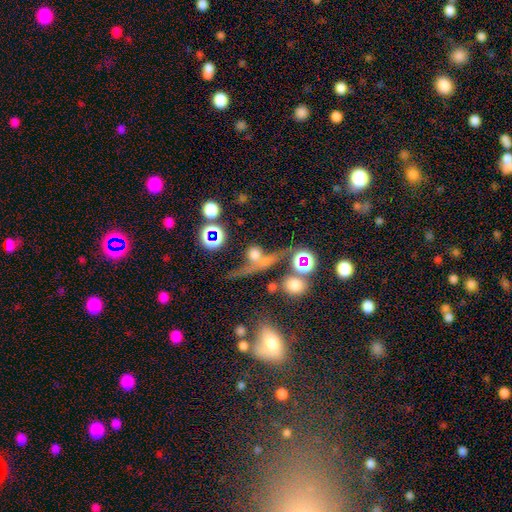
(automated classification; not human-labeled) Smooth or featured: featured or disk — 40% (smooth — 33%)
Merging: none — 43% (merger — 26%)